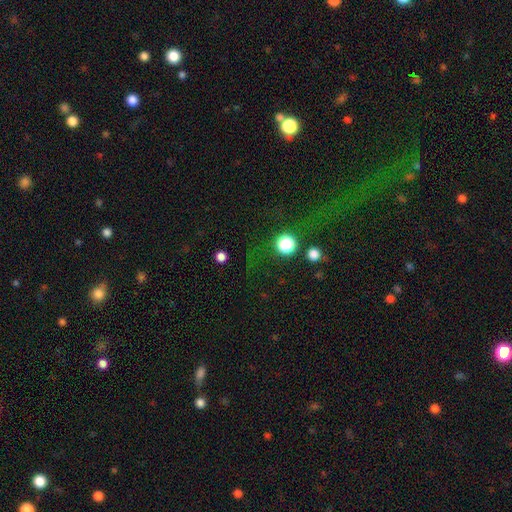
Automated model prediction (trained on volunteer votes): Morphology: type=star or artifact (63%).